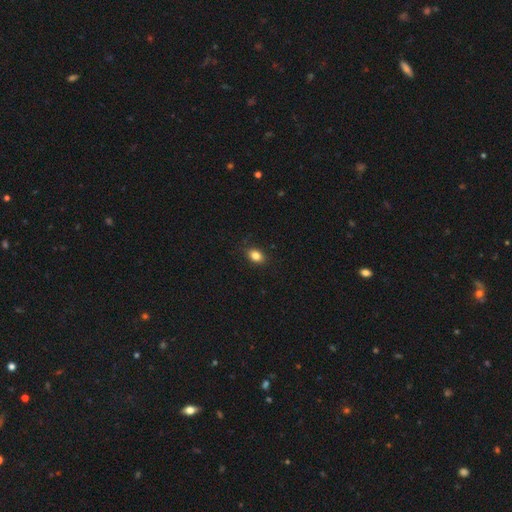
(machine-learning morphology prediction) Overall: smooth (84%). How rounded: in between (78%). Merging: none (86%).